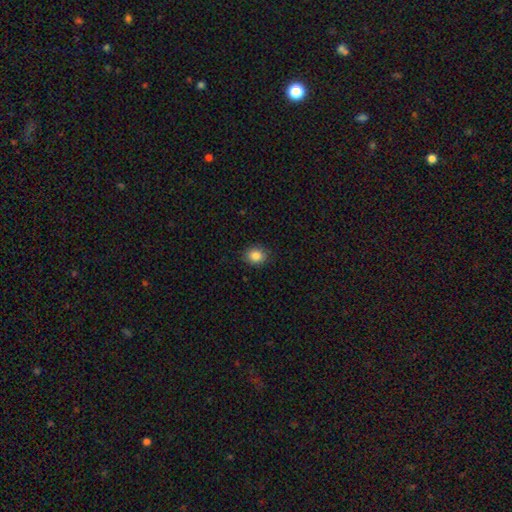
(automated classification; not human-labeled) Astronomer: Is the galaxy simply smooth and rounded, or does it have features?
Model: smooth — 86%.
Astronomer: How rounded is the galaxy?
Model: round — 67%.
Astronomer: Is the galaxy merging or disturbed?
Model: none — 89%.